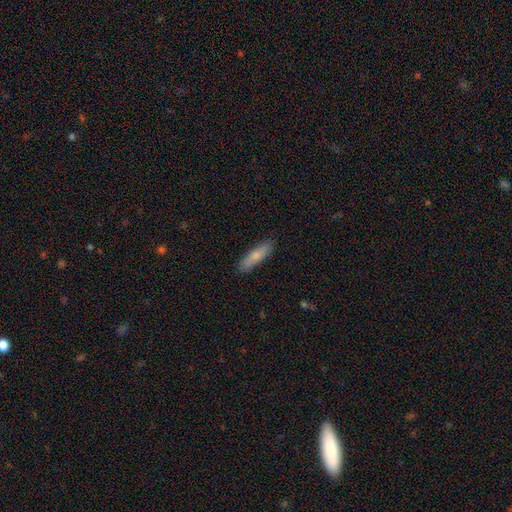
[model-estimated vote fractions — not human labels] This appears to be a smooth galaxy with no disk features (76%) that is cigar-shaped (71%). Merging: none (89%).